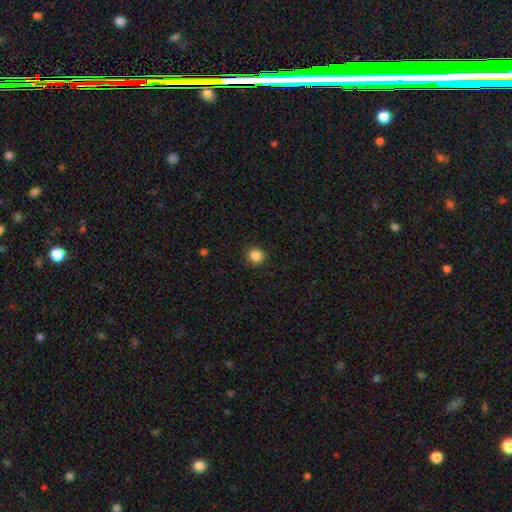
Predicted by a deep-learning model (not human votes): Smooth or featured: smooth — 86% (star or artifact — 11%)
How rounded: round — 92% (in between — 7%)
Merging: none — 90% (minor disturbance — 7%)